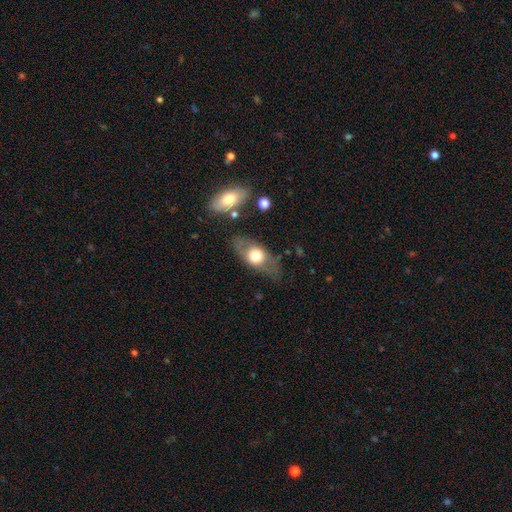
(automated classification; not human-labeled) Morphology: type=smooth (60%); roundness=in between (80%); merging=none (69%).